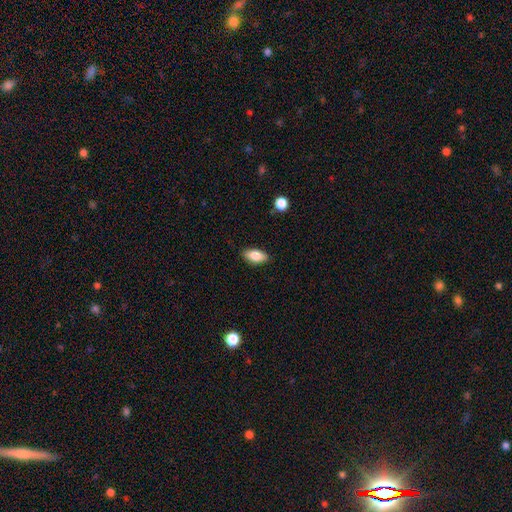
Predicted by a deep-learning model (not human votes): Smooth or featured: smooth — 81% (featured or disk — 12%)
How rounded: in between — 89% (cigar-shaped — 7%)
Merging: none — 86% (minor disturbance — 11%)